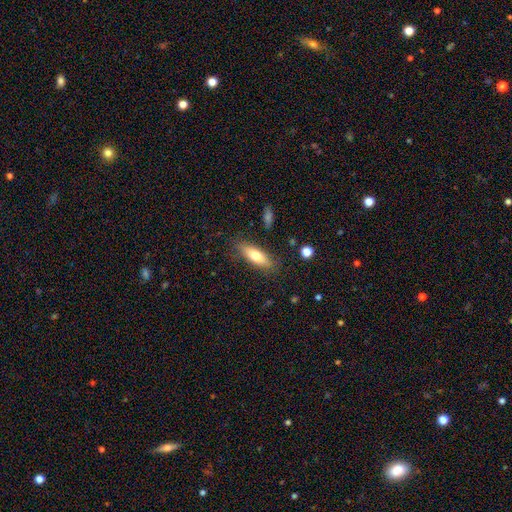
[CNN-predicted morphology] smooth_or_featured: smooth (p=0.70) [alt: featured or disk p=0.24]
how_rounded: in between (p=0.51) [alt: cigar-shaped p=0.46]
merging: none (p=0.83) [alt: minor disturbance p=0.12]